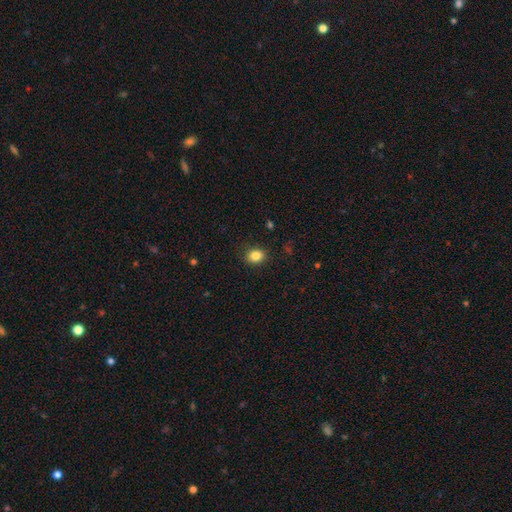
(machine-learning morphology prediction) smooth 84%, star or artifact 11%, featured or disk 5%. Down the decision tree: how rounded — round (57%); merging — none (88%).